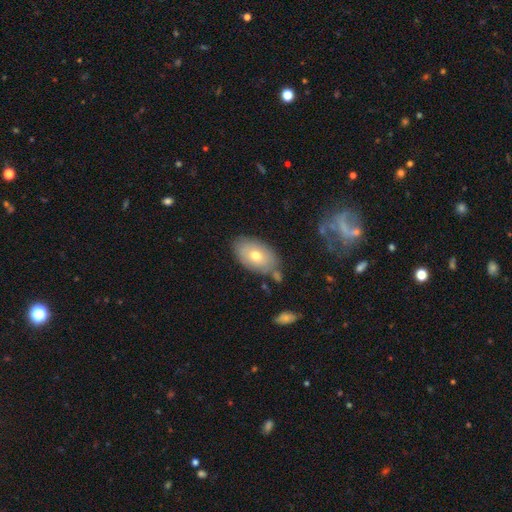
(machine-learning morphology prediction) Smooth or featured? smooth (65%)
How rounded? in between (91%)
Merging? none (74%)